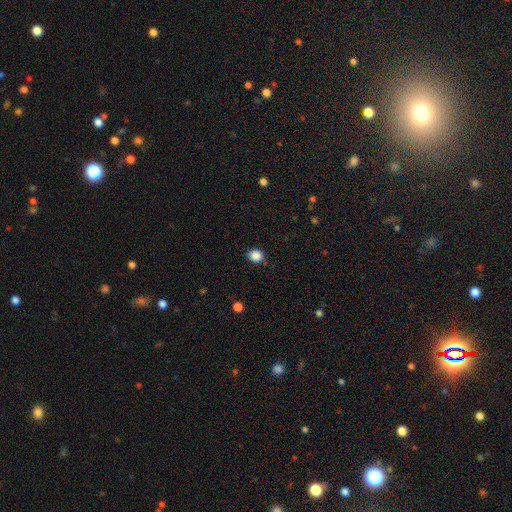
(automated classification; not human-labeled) Morphology: type=smooth (87%); roundness=round (71%); merging=none (88%).